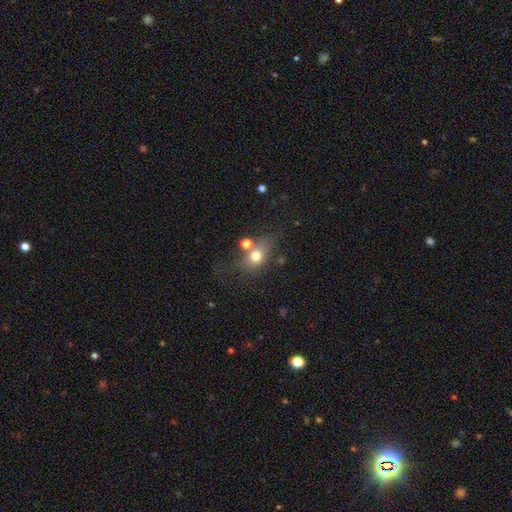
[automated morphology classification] Smooth or featured? Predicted: smooth (p=0.71). How rounded? Predicted: in between (p=0.52). Merging? Predicted: none (p=0.50).